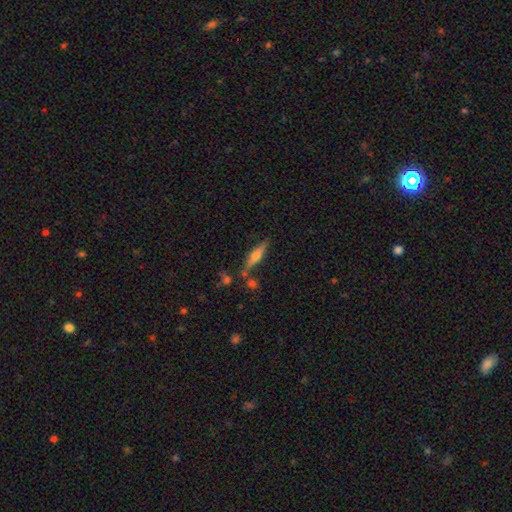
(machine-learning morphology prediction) Smooth or featured? Predicted: featured or disk (p=0.53). Edge-on disk? Predicted: yes (p=0.94). Edge-on bulge? Predicted: rounded (p=0.85). Merging? Predicted: none (p=0.76).